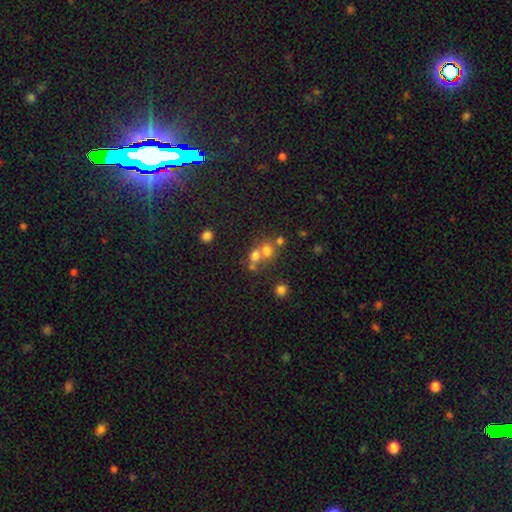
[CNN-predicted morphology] Smooth or featured? Predicted: smooth (p=0.66). How rounded? Predicted: round (p=0.77). Merging? Predicted: merger (p=0.52).